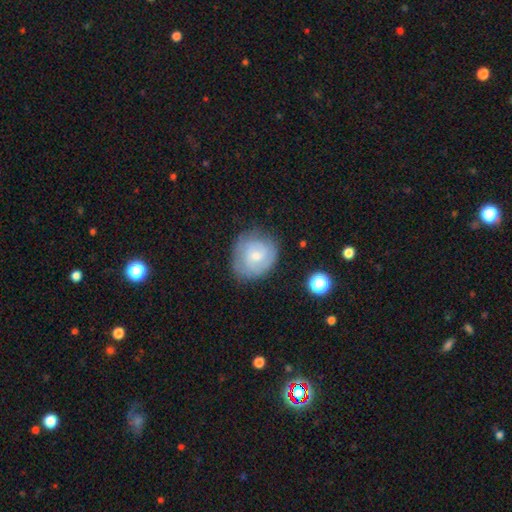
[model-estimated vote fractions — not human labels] The model was most divided on "bulge size": small: 56%, moderate: 38%, none: 3%, large: 2%, dominant: 1%. More confident: edge-on disk — no (98%); spiral arms — yes (85%); merging — none (71%); smooth or featured — featured or disk (59%); bar — no (59%).